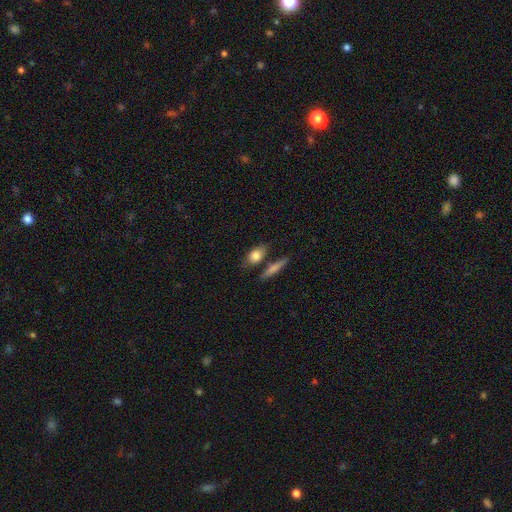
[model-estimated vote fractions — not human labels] smooth 78%, featured or disk 16%, star or artifact 7%. Down the decision tree: how rounded — in between (66%); merging — none (65%).